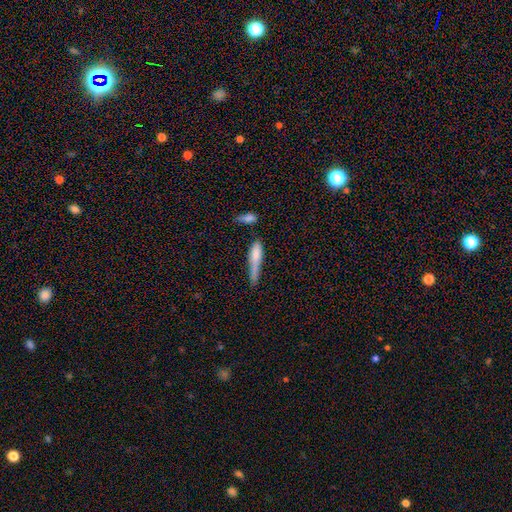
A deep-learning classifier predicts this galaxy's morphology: Smooth or featured? Predicted: smooth (p=0.67). How rounded? Predicted: cigar-shaped (p=0.78). Merging? Predicted: none (p=0.36).